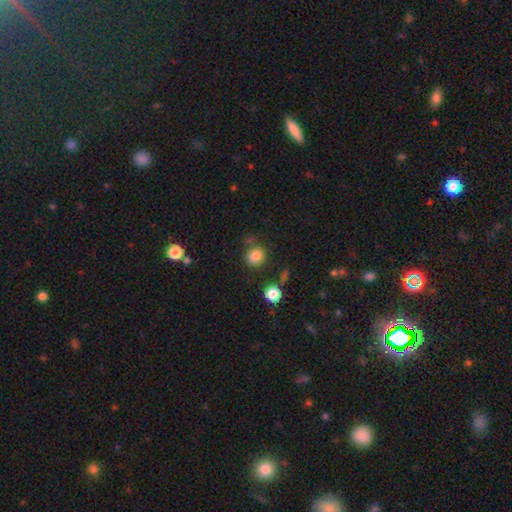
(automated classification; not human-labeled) Overall: smooth (83%). How rounded: round (81%). Merging: none (76%).